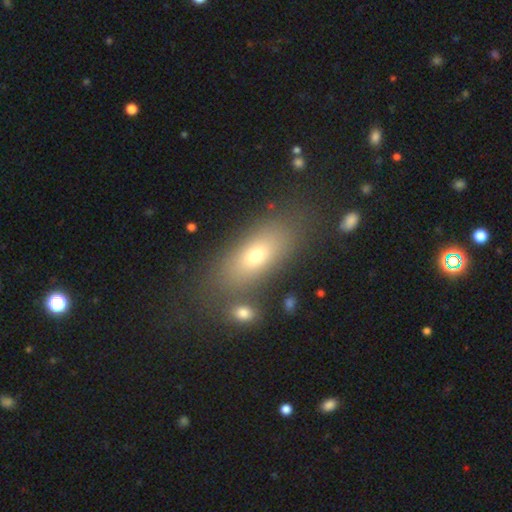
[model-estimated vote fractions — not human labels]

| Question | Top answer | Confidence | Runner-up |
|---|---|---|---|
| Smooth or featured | smooth | 67% | featured or disk (21%) |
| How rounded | in between | 76% | cigar-shaped (17%) |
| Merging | none | 77% | minor disturbance (11%) |